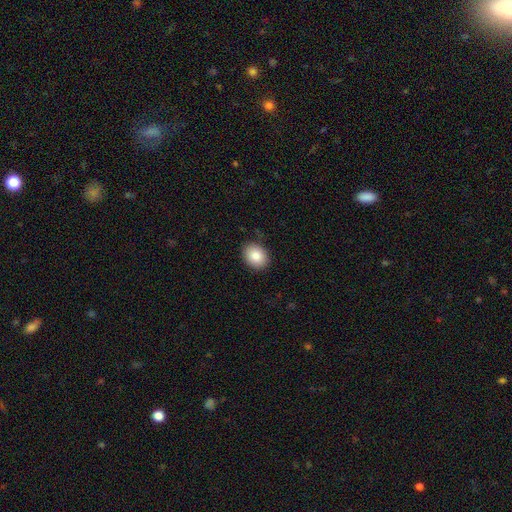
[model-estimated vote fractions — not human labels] Smooth or featured: smooth — 85% (star or artifact — 8%)
How rounded: in between — 56% (round — 43%)
Merging: none — 88% (minor disturbance — 9%)